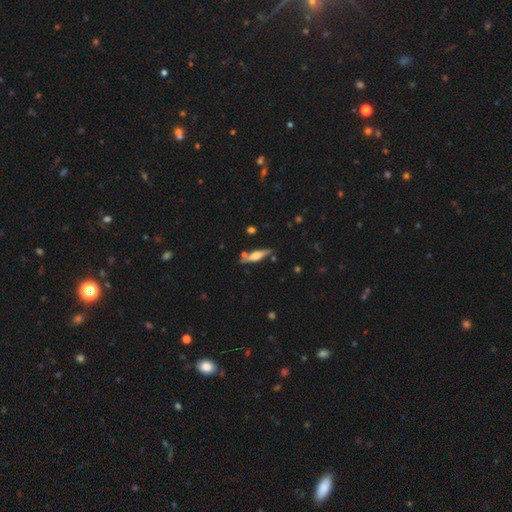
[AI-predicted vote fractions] featured or disk 59%, smooth 35%, star or artifact 6%. Down the decision tree: edge-on disk — yes (94%); edge-on bulge — rounded (85%); merging — none (76%).